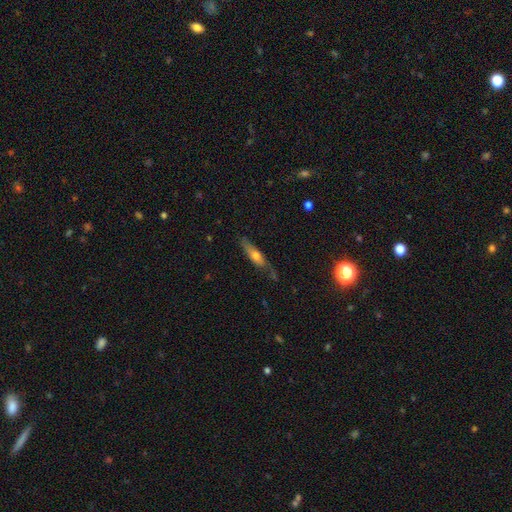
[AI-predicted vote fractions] Morphology: type=smooth (50%); merging=none (59%).